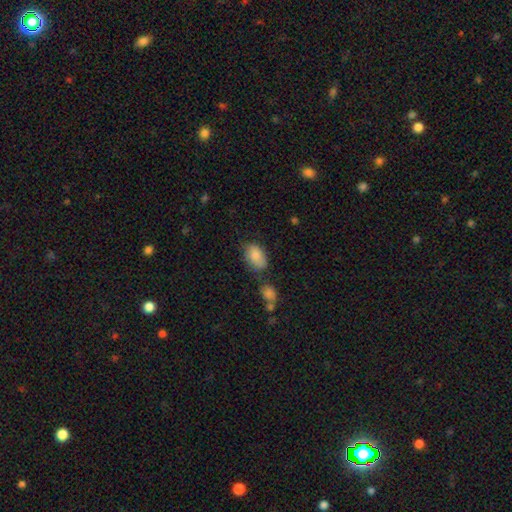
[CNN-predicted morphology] smooth 85%, featured or disk 8%, star or artifact 8%. Down the decision tree: how rounded — in between (89%); merging — none (58%).